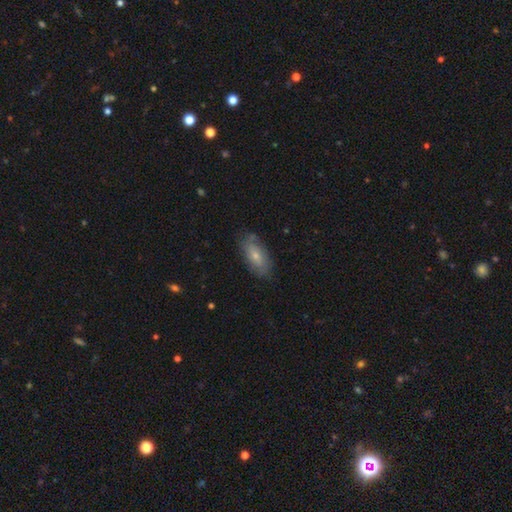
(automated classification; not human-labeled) Overall: smooth (66%; featured or disk 28%). How rounded: in between (86%). Merging: none (75%).